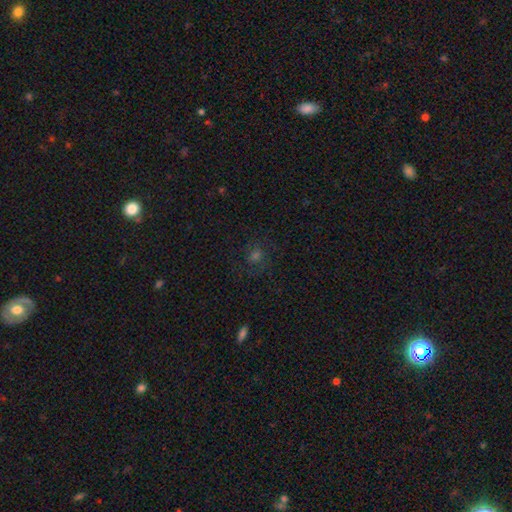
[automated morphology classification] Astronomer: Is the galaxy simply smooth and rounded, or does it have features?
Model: smooth — 39%, tied with star or artifact at 39%.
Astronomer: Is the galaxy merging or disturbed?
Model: none — 76%.